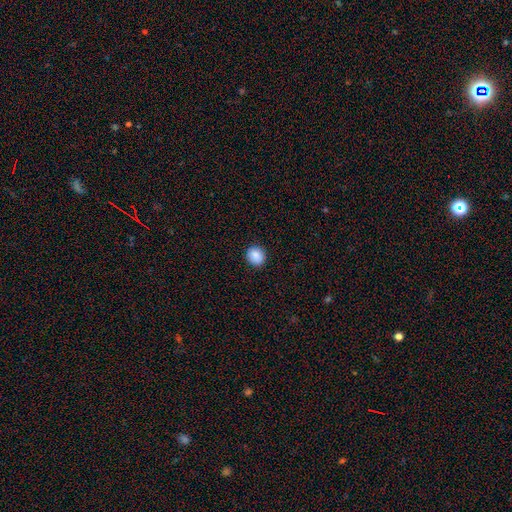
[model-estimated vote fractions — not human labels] smooth 88%, star or artifact 8%, featured or disk 4%. Down the decision tree: how rounded — round (84%); merging — none (91%).